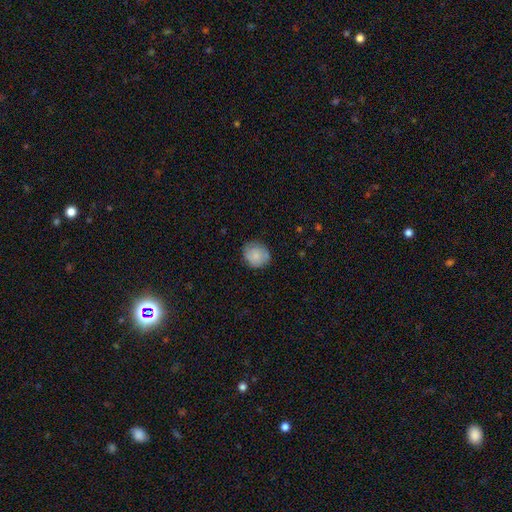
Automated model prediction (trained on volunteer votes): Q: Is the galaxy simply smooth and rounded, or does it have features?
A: smooth — 81%.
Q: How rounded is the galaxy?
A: round — 78%.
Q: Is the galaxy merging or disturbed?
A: none — 81%.